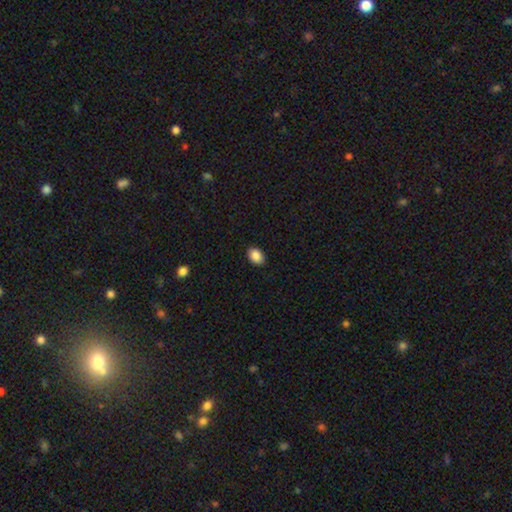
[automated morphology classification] smooth-or-featured: smooth: 88% | star or artifact: 8% | featured or disk: 4%
  how-rounded: in between: 80% | round: 19% | cigar-shaped: 1%
  merging: none: 89% | minor disturbance: 8% | major disturbance: 2% | merger: 1%